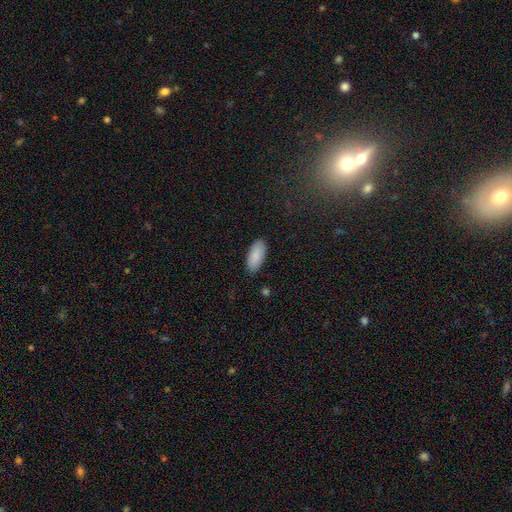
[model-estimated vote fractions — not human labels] A smooth galaxy with no disk features (88%) that is in between round and cigar-shaped (90%).

Vote fractions:
- Smooth or featured? smooth: 88% / star or artifact: 6% / featured or disk: 6%
- How rounded? in between: 90% / cigar-shaped: 8% / round: 2%
- Merging? none: 87% / minor disturbance: 10% / major disturbance: 2% / merger: 1%